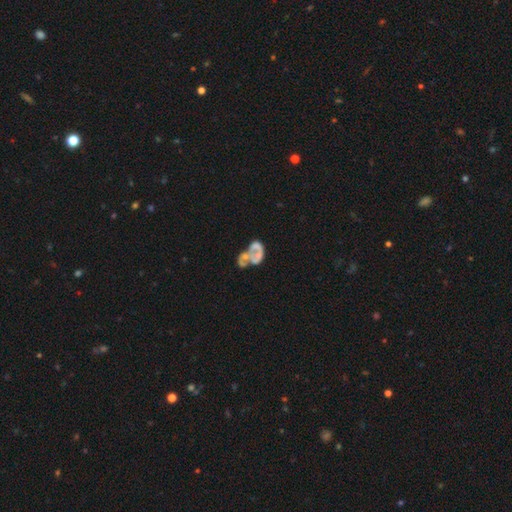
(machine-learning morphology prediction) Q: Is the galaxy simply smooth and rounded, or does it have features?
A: featured or disk — 62%.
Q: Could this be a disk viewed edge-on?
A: no — 98%.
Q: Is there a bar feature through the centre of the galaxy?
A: no — 93%.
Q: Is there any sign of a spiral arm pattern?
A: no — 88%.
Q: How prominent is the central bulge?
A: none — 74%.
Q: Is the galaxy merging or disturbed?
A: merger — 34%.